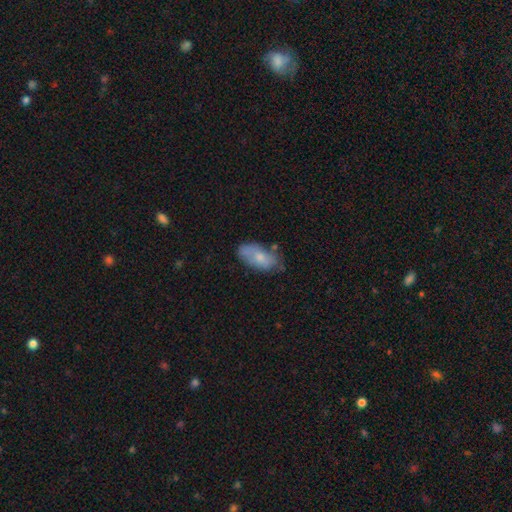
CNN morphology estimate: Smooth or featured?
  - smooth: 54% *
  - featured or disk: 35%
  - star or artifact: 12%
How rounded?
  - in between: 88% *
  - cigar-shaped: 7%
  - round: 5%
Merging?
  - none: 69% *
  - minor disturbance: 22%
  - major disturbance: 5%
  - merger: 3%